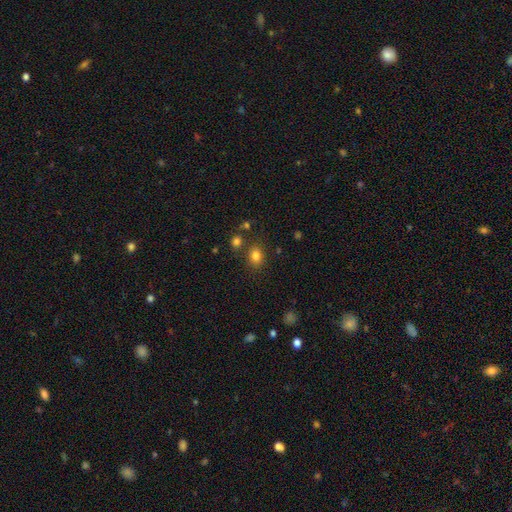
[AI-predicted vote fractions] smooth-or-featured: smooth: 80% | star or artifact: 14% | featured or disk: 6%
  how-rounded: in between: 52% | round: 47% | cigar-shaped: 1%
  merging: none: 76% | minor disturbance: 12% | merger: 9% | major disturbance: 4%